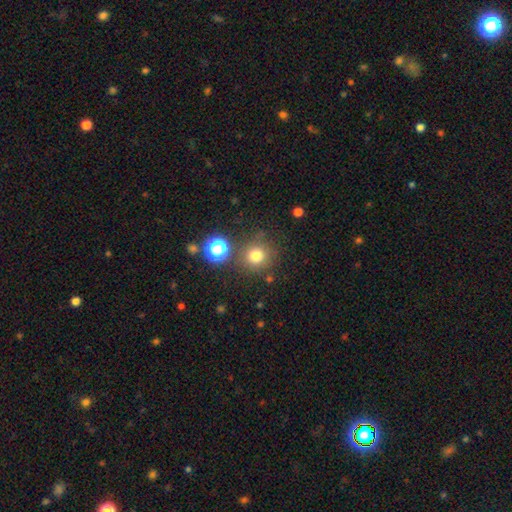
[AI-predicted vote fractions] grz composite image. It shows a smooth galaxy with no disk features (75%) that is round (93%). Merging: none (80%).